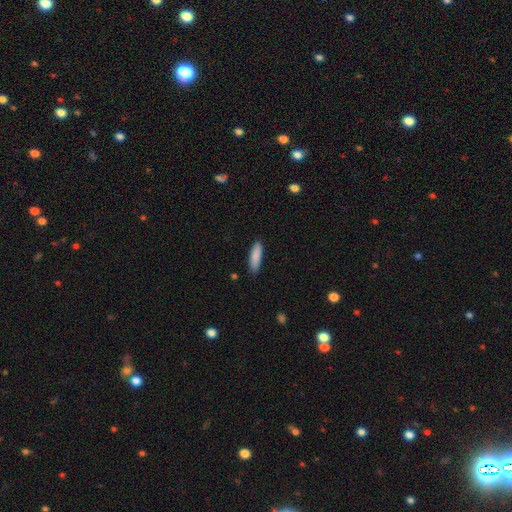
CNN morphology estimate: smooth_or_featured: smooth (p=0.88) [alt: featured or disk p=0.06]
how_rounded: cigar-shaped (p=0.64) [alt: in between p=0.35]
merging: none (p=0.84) [alt: minor disturbance p=0.12]